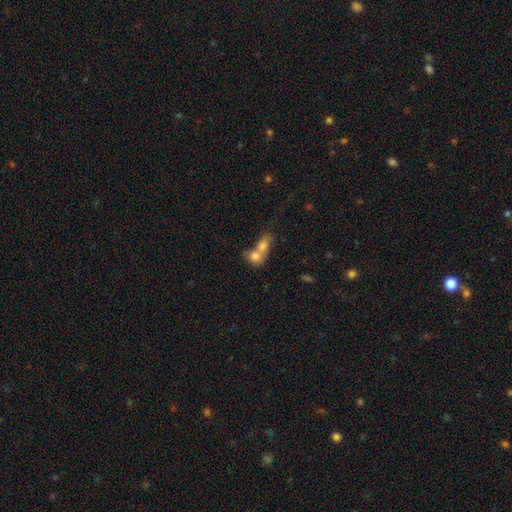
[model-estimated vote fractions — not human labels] Morphology: type=smooth (77%); roundness=in between (55%); merging=merger (75%).